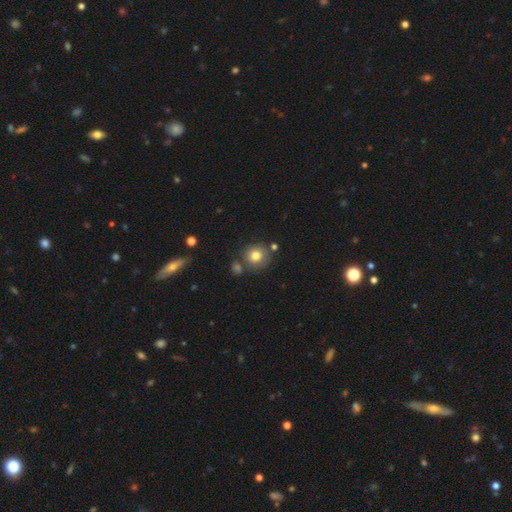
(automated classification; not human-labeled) The model was most divided on "merging": none: 72%, merger: 13%, minor disturbance: 12%, major disturbance: 4%. More confident: how rounded — round (87%); smooth or featured — smooth (78%).